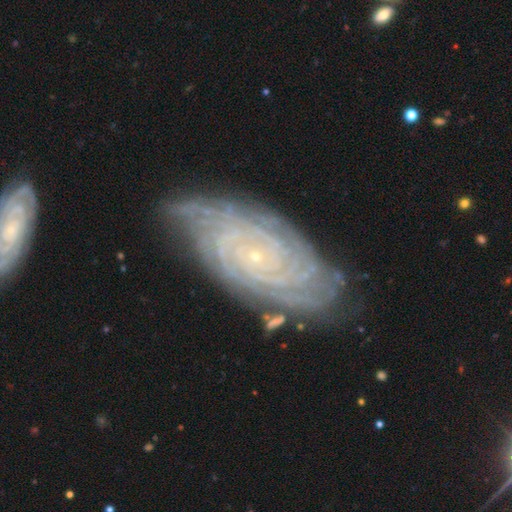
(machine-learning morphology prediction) This appears to be a featured or disk galaxy (88%) with no bar (75%), tight (85%) spiral arms (98%) and a small central bulge (89%). Merging: none (70%).